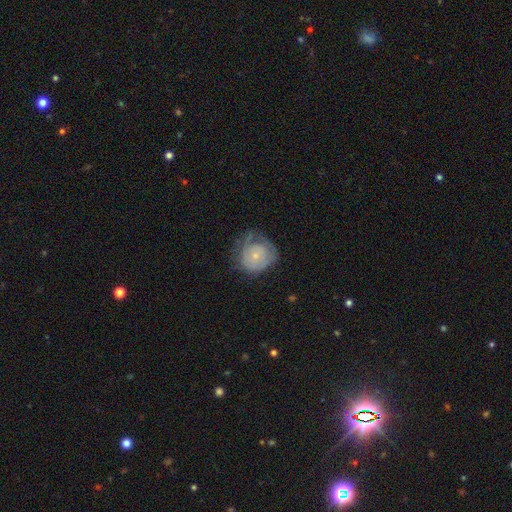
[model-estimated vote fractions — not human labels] smooth_or_featured: featured or disk (p=0.53) [alt: smooth p=0.40]
disk_edge_on: no (p=0.97) [alt: yes p=0.03]
bar: no (p=0.85) [alt: weak p=0.12]
has_spiral_arms: yes (p=0.65) [alt: no p=0.35]
bulge_size: small (p=0.71) [alt: moderate p=0.23]
merging: none (p=0.50) [alt: minor disturbance p=0.29]